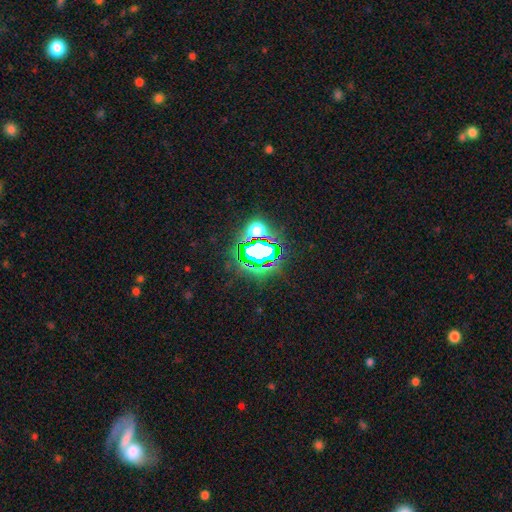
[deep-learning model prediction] Smooth or featured?
  - star or artifact: 72% *
  - smooth: 17%
  - featured or disk: 11%